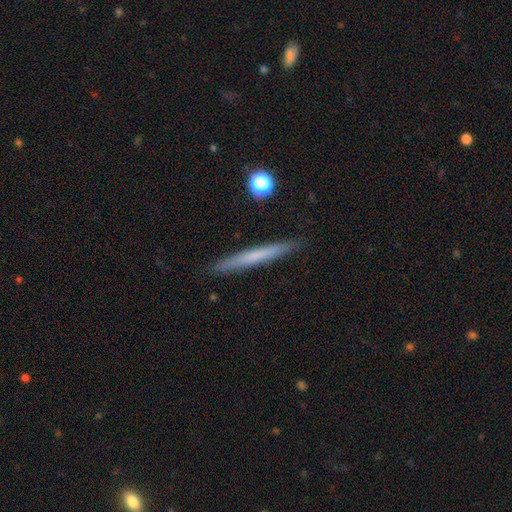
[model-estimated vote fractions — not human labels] Smooth or featured? Predicted: smooth (p=0.57). How rounded? Predicted: cigar-shaped (p=0.97). Merging? Predicted: none (p=0.90).